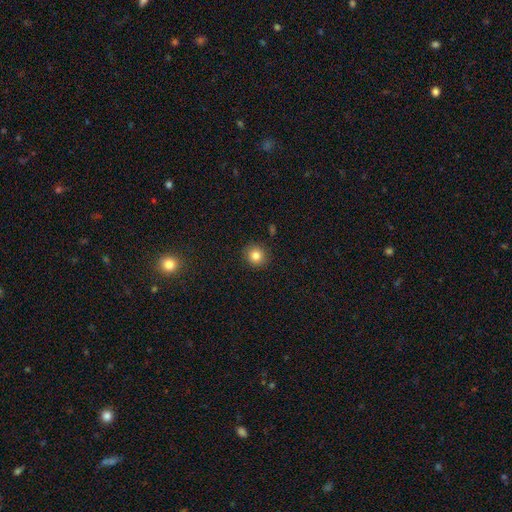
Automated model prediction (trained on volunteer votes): smooth_or_featured: smooth (p=0.83) [alt: star or artifact p=0.11]
how_rounded: round (p=0.89) [alt: in between p=0.10]
merging: none (p=0.90) [alt: minor disturbance p=0.07]